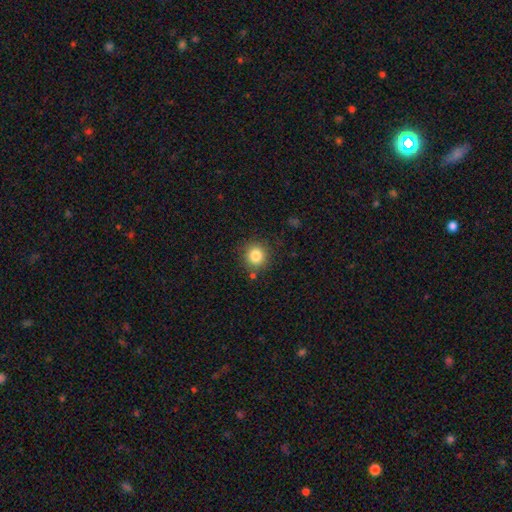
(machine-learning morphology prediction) This appears to be a smooth galaxy with no disk features (83%) that is round (91%). Merging: none (85%).